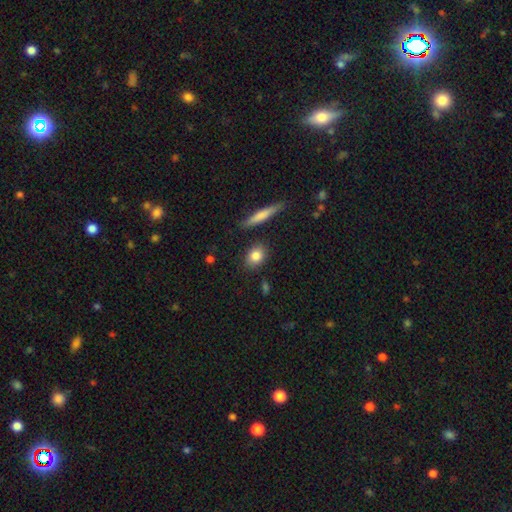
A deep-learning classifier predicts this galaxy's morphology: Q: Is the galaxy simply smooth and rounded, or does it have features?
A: smooth — 83%.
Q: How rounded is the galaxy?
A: in between — 58%.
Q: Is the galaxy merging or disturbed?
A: none — 83%.